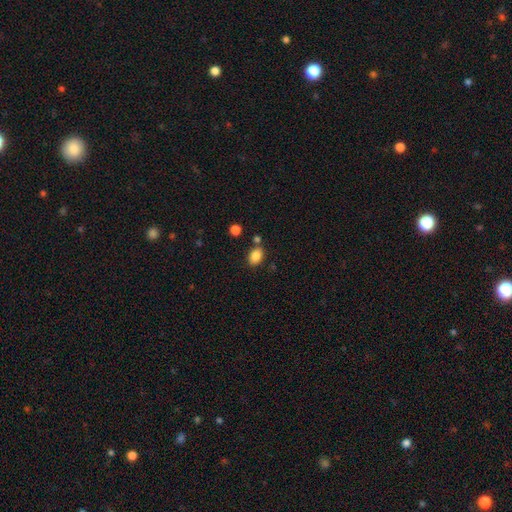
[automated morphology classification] Smooth or featured? smooth (85%)
How rounded? in between (77%)
Merging? none (76%)